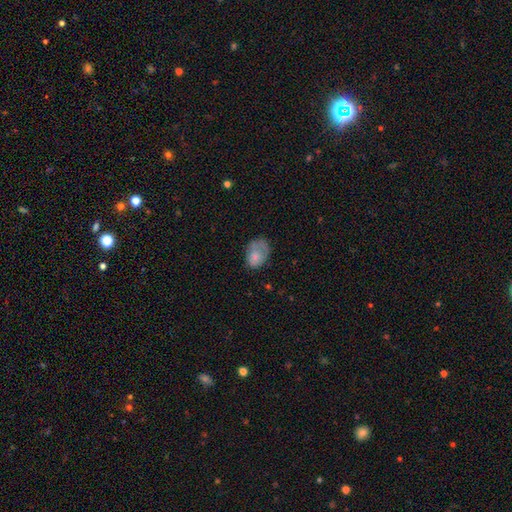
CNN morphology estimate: A smooth galaxy with no disk features (73%) that is in between round and cigar-shaped (74%).

Vote fractions:
- Smooth or featured? smooth: 73% / featured or disk: 19% / star or artifact: 8%
- How rounded? in between: 74% / round: 25% / cigar-shaped: 1%
- Merging? none: 41% / minor disturbance: 33% / major disturbance: 23% / merger: 3%